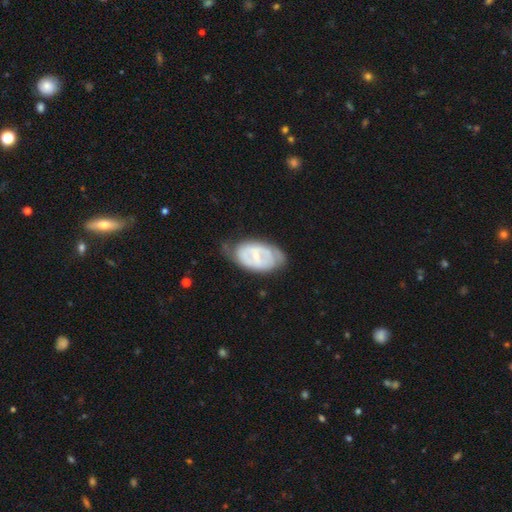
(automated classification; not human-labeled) A featured or disk galaxy (66%) with a weak bar (46%), spiral arms (56%) and a small central bulge (63%).

Vote fractions:
- Smooth or featured? featured or disk: 66% / smooth: 28% / star or artifact: 5%
- Edge-on disk? no: 94% / yes: 6%
- Bar? weak: 46% / strong: 27% / no: 27%
- Spiral arms? yes: 56% / no: 44%
- Bulge size? small: 63% / moderate: 31% / none: 4% / large: 2% / dominant: 1%
- Merging? none: 59% / minor disturbance: 29% / major disturbance: 11% / merger: 2%